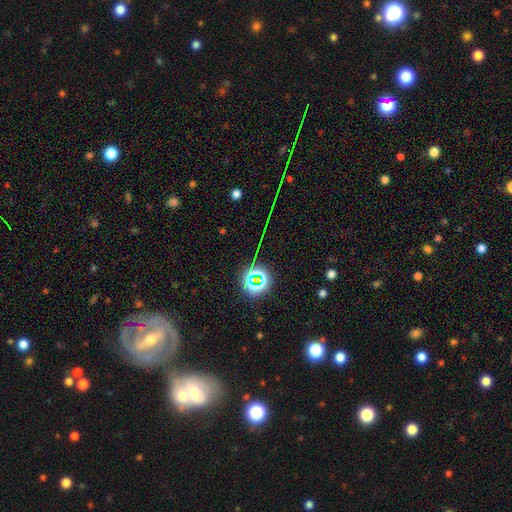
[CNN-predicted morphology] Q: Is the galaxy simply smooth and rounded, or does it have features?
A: star or artifact — 46%.